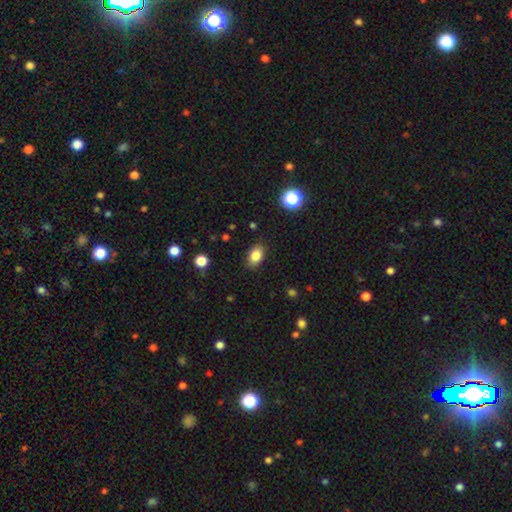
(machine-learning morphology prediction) smooth_or_featured: smooth (p=0.83) [alt: star or artifact p=0.10]
how_rounded: in between (p=0.85) [alt: round p=0.14]
merging: none (p=0.86) [alt: minor disturbance p=0.10]